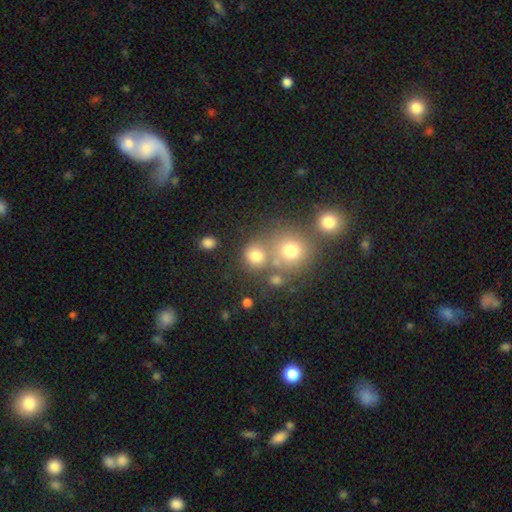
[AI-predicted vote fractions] A smooth galaxy with no disk features (74%) that is round (83%). Merging: none (56%).